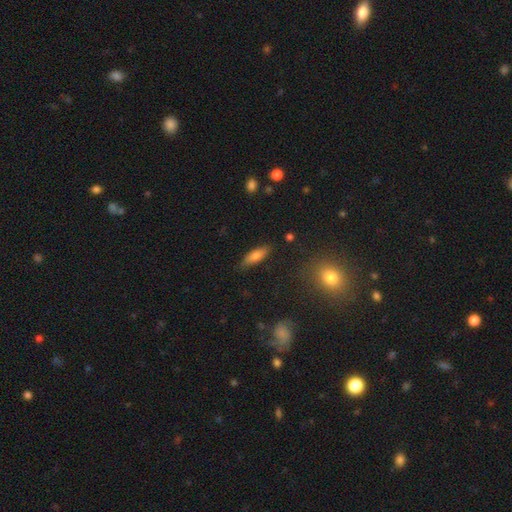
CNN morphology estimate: smooth 71%, featured or disk 21%, star or artifact 8%. Down the decision tree: how rounded — in between (51%); merging — none (84%).